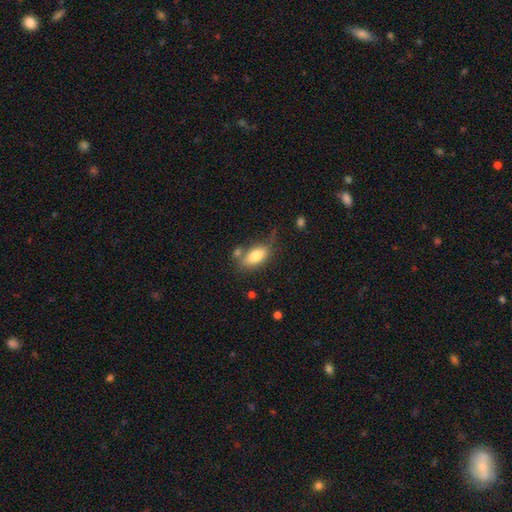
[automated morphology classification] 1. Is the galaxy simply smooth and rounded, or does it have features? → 78% smooth, 14% featured or disk, 8% star or artifact.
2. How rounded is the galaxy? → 88% in between, 8% cigar-shaped, 5% round.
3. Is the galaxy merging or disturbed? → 55% none, 22% minor disturbance, 14% merger, 9% major disturbance.